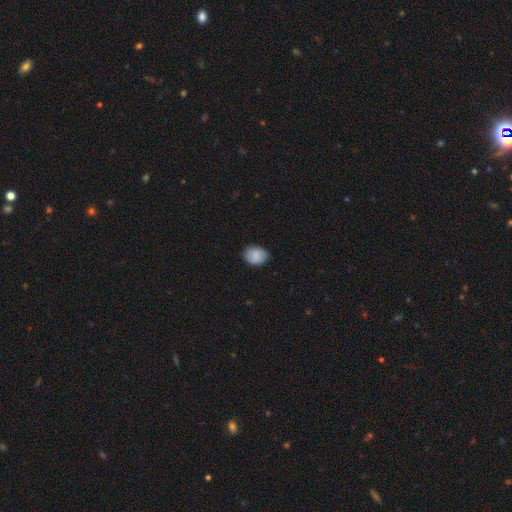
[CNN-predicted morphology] This is likely a smooth galaxy (80%). How rounded: likely in between (60%). Merging: clearly none (84%).